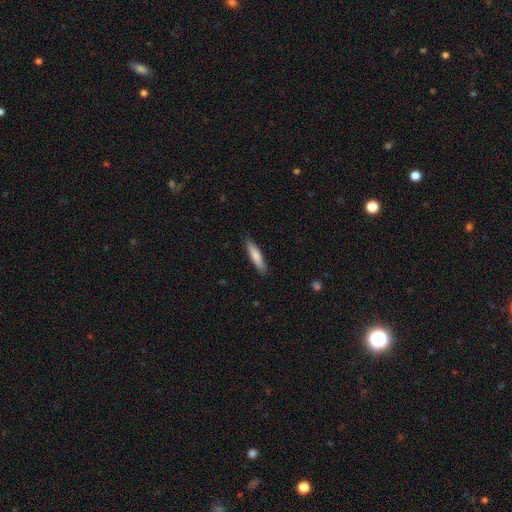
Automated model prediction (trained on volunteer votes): This is likely a smooth galaxy (78%). How rounded: clearly cigar-shaped (82%). Merging: clearly none (88%).